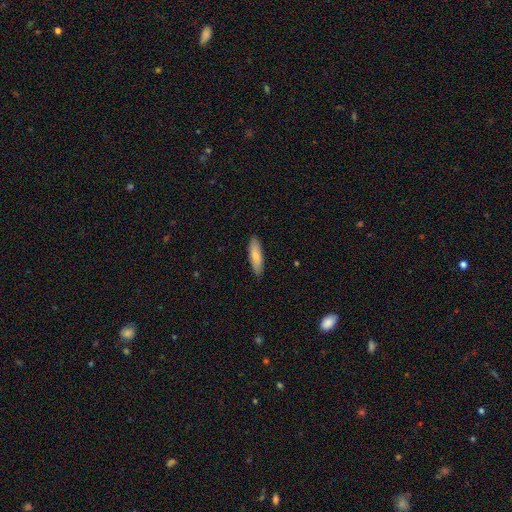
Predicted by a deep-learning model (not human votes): smooth_or_featured: smooth (p=0.79) [alt: featured or disk p=0.16]
how_rounded: cigar-shaped (p=0.61) [alt: in between p=0.37]
merging: none (p=0.89) [alt: minor disturbance p=0.08]